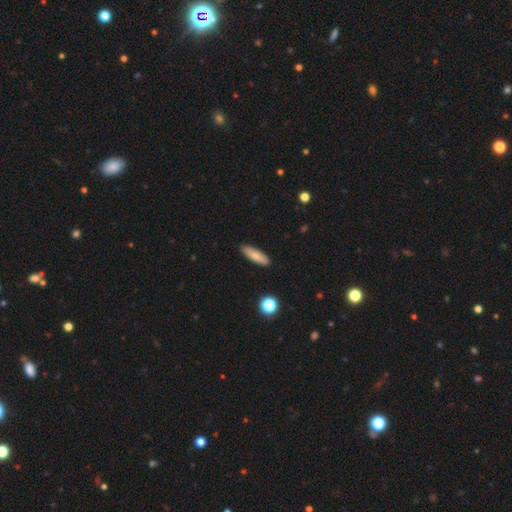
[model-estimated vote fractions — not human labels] This is likely a smooth galaxy (79%). How rounded: possibly cigar-shaped (58%). Merging: clearly none (88%).